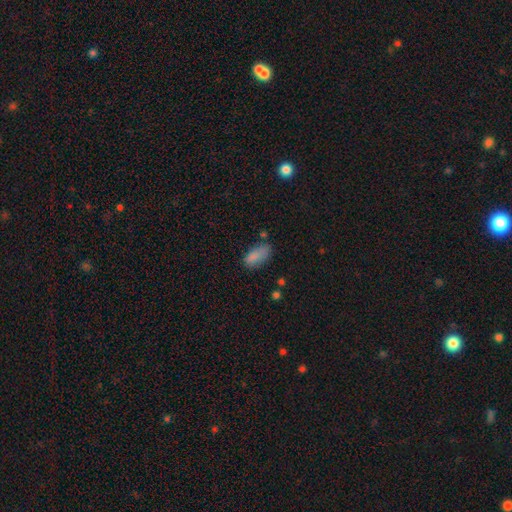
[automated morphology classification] This appears to be a smooth galaxy with no disk features (82%) that is in between round and cigar-shaped (90%). Merging: none (54%).